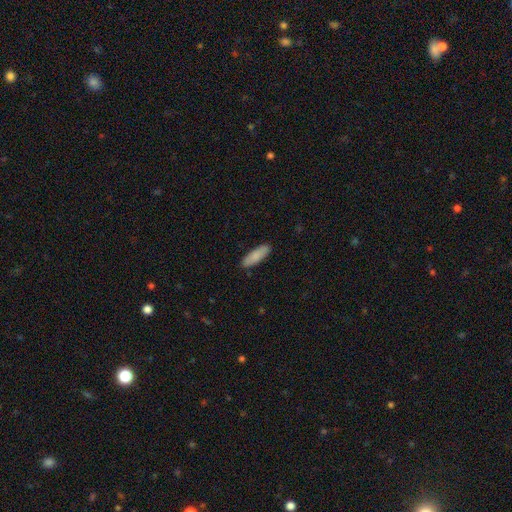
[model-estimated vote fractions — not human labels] Smooth or featured: smooth — 87% (featured or disk — 8%)
How rounded: in between — 52% (cigar-shaped — 46%)
Merging: none — 88% (minor disturbance — 9%)